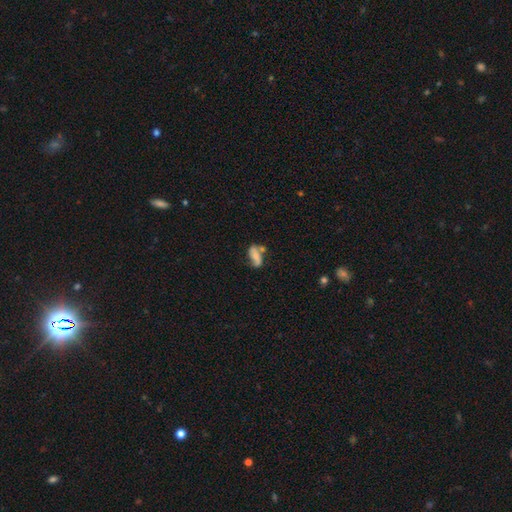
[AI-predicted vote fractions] The model was most divided on "smooth or featured": featured or disk: 49%, smooth: 42%, star or artifact: 9%. Remaining: merging — none (48%).